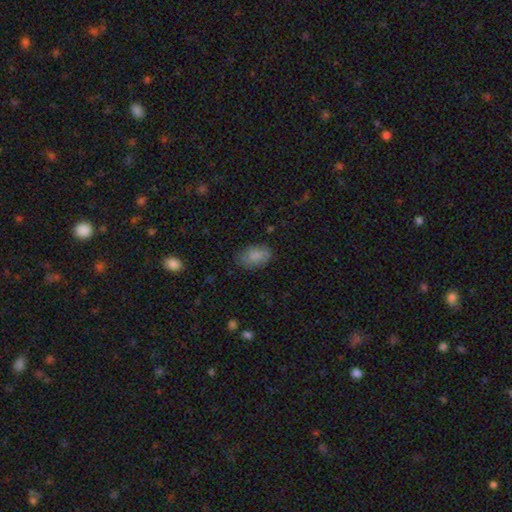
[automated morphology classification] A smooth galaxy with no disk features (85%) that is in between round and cigar-shaped (90%).

Vote fractions:
- Smooth or featured? smooth: 85% / featured or disk: 8% / star or artifact: 8%
- How rounded? in between: 90% / round: 8% / cigar-shaped: 2%
- Merging? none: 79% / minor disturbance: 16% / major disturbance: 4% / merger: 1%